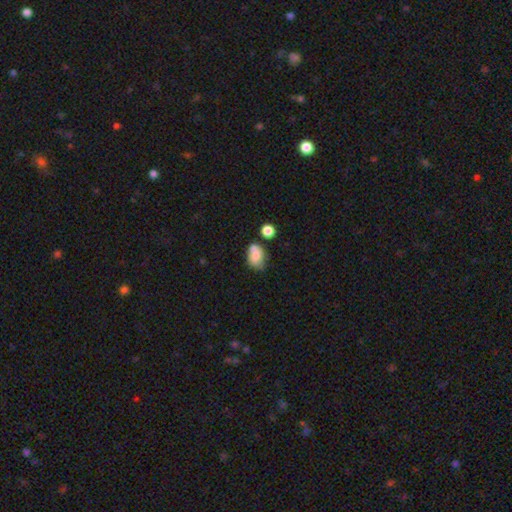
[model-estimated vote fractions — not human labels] smooth-or-featured: smooth: 75% | featured or disk: 15% | star or artifact: 10%
  how-rounded: in between: 74% | round: 25% | cigar-shaped: 1%
  merging: none: 38% | merger: 27% | minor disturbance: 25% | major disturbance: 10%